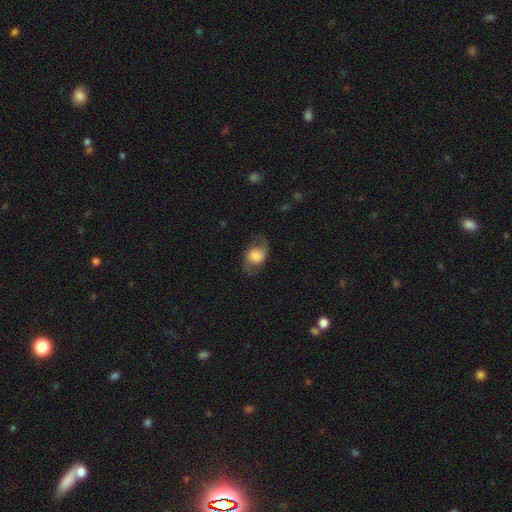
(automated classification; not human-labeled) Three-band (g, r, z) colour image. It shows a featured or disk galaxy (53%). Merging: none (71%).